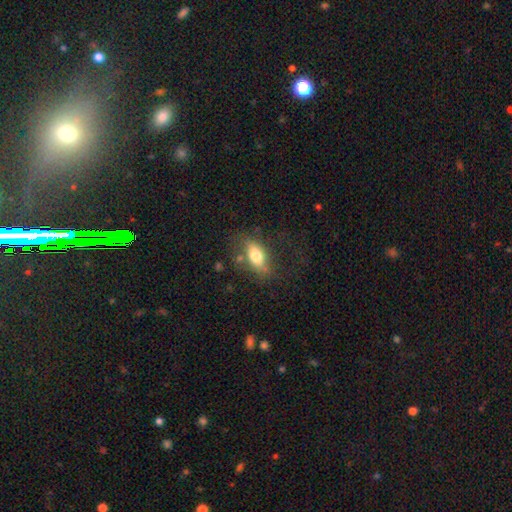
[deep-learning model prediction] This appears to be a smooth galaxy with no disk features (70%) that is in between round and cigar-shaped (82%). Merging: none (64%).